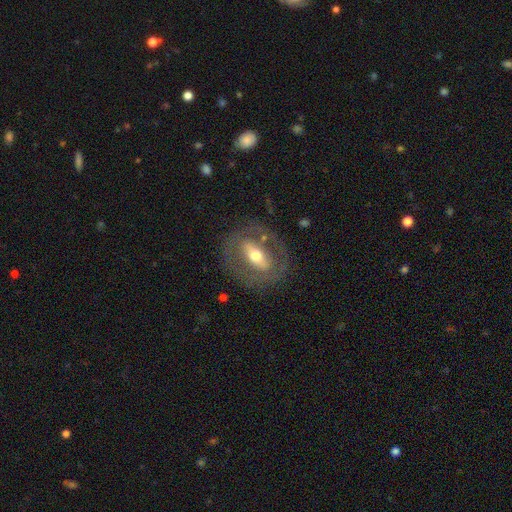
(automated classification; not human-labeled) A featured or disk galaxy (66%) with a strong bar (50%), no spiral arms (75%) and a moderate central bulge (66%). Merging: none (75%).